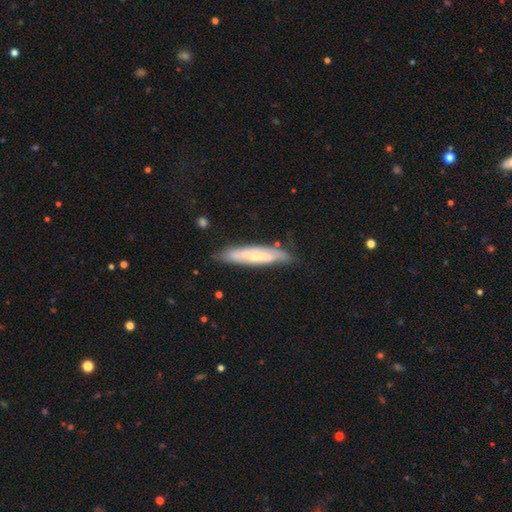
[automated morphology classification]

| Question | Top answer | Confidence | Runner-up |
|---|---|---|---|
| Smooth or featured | featured or disk | 57% | smooth (37%) |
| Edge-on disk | yes | 53% | no (47%) |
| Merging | none | 76% | minor disturbance (18%) |